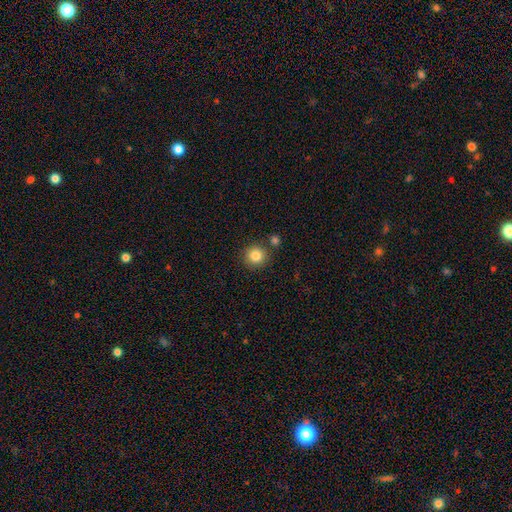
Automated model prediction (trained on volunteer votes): Smooth or featured? smooth (84%)
How rounded? round (93%)
Merging? none (82%)